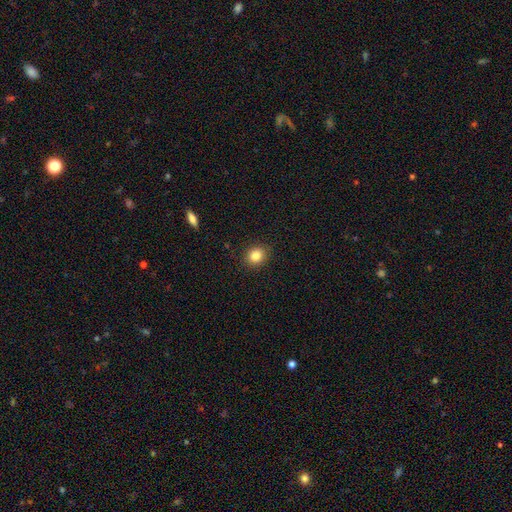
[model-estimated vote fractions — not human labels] Smooth or featured?
  - smooth: 84% *
  - star or artifact: 11%
  - featured or disk: 5%
How rounded?
  - round: 76% *
  - in between: 23%
  - cigar-shaped: 1%
Merging?
  - none: 90% *
  - minor disturbance: 7%
  - major disturbance: 2%
  - merger: 1%